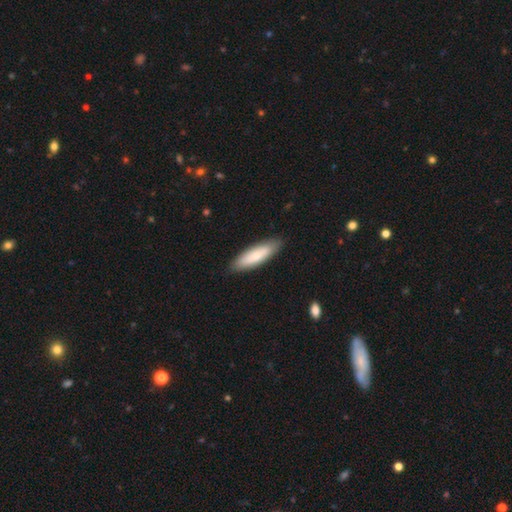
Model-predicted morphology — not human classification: The model was most divided on "how rounded": cigar-shaped: 57%, in between: 41%, round: 2%. More confident: merging — none (86%); smooth or featured — smooth (73%).